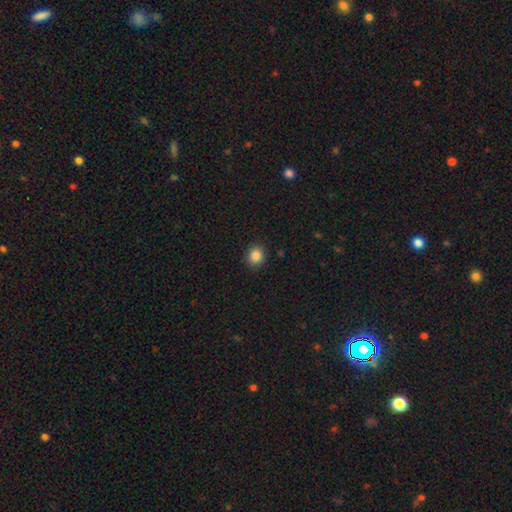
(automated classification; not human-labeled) A smooth galaxy with no disk features (86%) that is round (85%). Merging: none (90%).